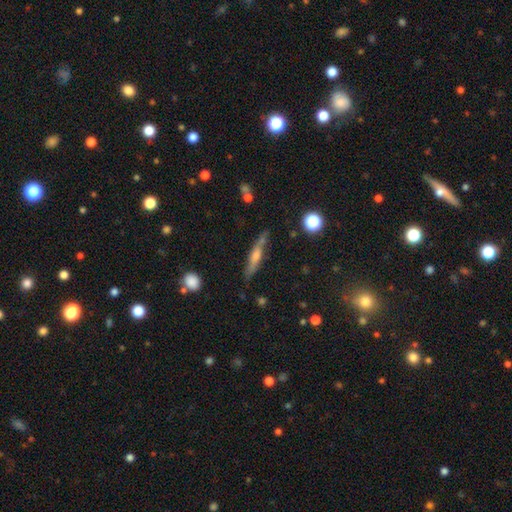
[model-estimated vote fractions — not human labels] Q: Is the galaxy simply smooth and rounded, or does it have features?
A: featured or disk — 56%.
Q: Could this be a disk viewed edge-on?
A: yes — 91%.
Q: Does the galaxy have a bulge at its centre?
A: rounded — 71%.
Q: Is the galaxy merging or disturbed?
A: none — 80%.